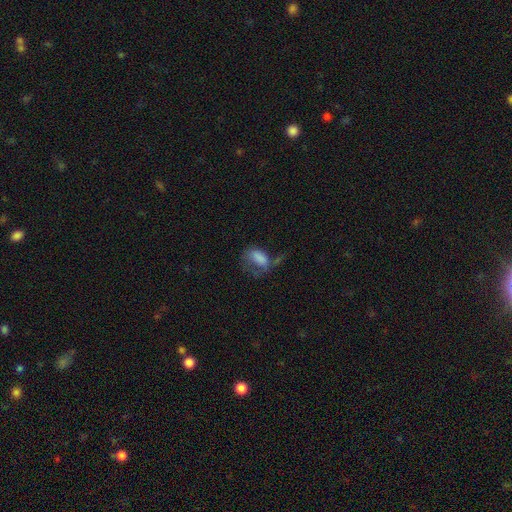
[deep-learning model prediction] This appears to be a smooth galaxy with no disk features (49%). Merging: none (40%).